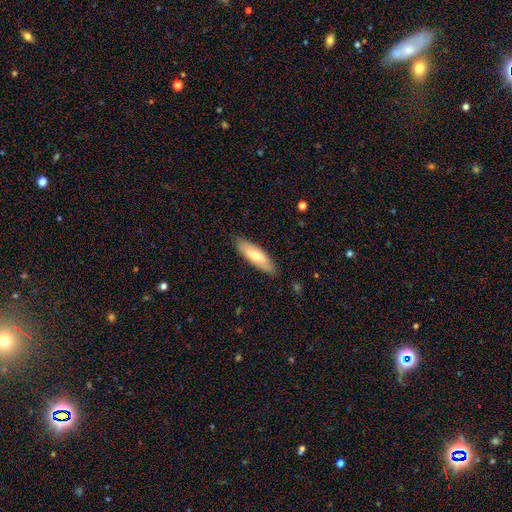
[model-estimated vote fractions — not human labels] smooth-or-featured: smooth: 65% | featured or disk: 29% | star or artifact: 5%
  how-rounded: in between: 49% (tied) | cigar-shaped: 49% (tied) | round: 2%
  merging: none: 86% | minor disturbance: 11% | major disturbance: 2% | merger: 1%